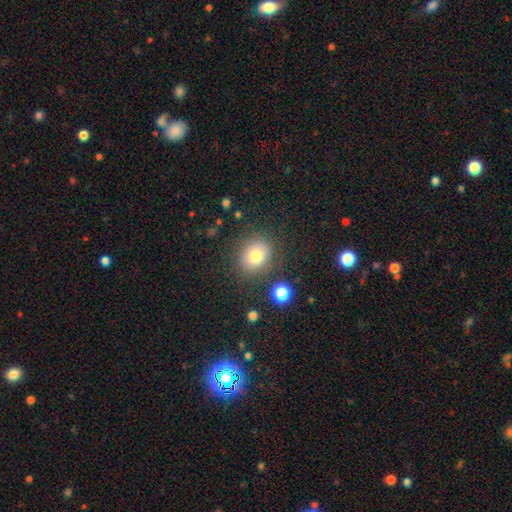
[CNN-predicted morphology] The model was most divided on "how rounded": round: 73%, in between: 26%, cigar-shaped: 1%. More confident: merging — none (82%); smooth or featured — smooth (77%).